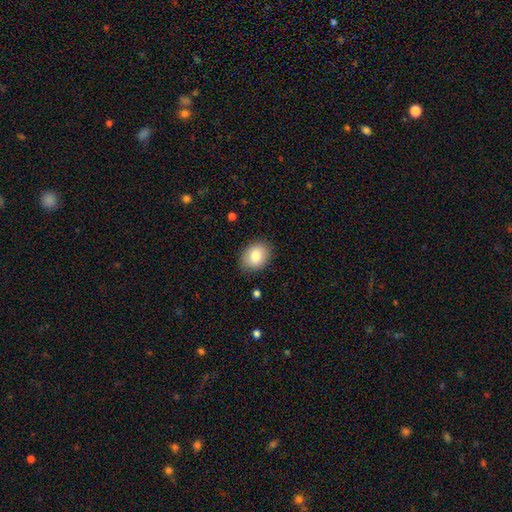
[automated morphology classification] Smooth or featured: smooth — 82% (featured or disk — 10%)
How rounded: in between — 52% (round — 47%)
Merging: none — 87% (minor disturbance — 10%)